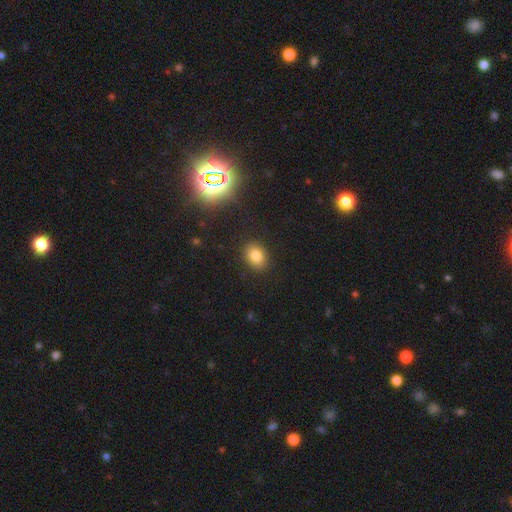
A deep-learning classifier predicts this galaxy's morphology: This is likely a smooth galaxy (80%). How rounded: possibly in between (56%). Merging: clearly none (88%).